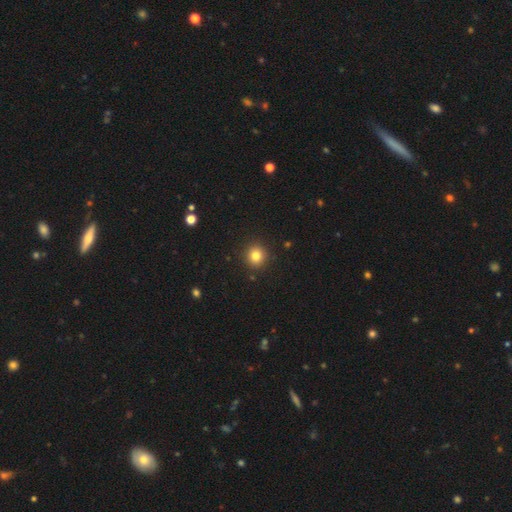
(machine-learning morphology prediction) A smooth galaxy with no disk features (82%) that is round (91%). Merging: none (92%).